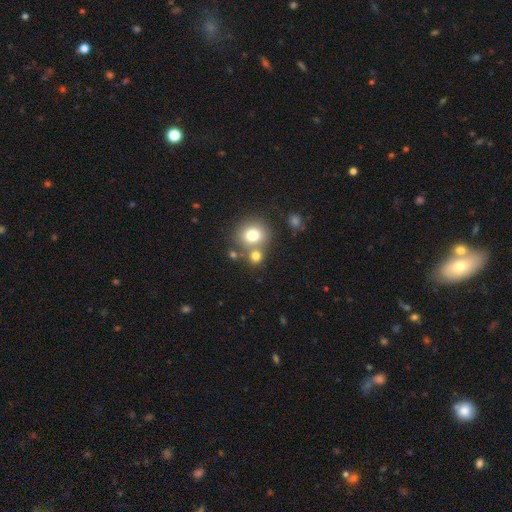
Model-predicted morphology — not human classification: This appears to be a smooth galaxy with no disk features (75%) that is round (82%). Merging: none (55%).